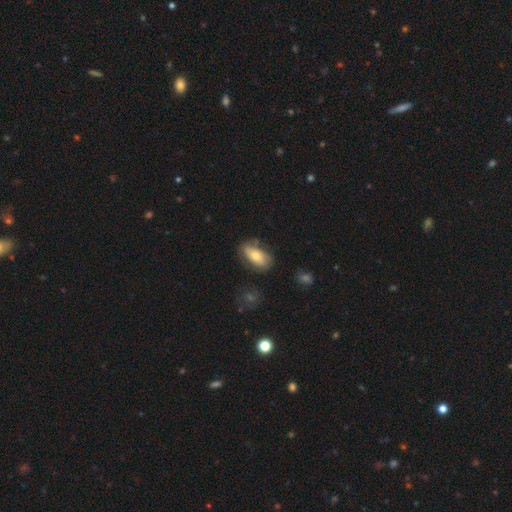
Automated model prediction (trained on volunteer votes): This appears to be a smooth galaxy with no disk features (69%) that is in between round and cigar-shaped (88%). Merging: none (66%).